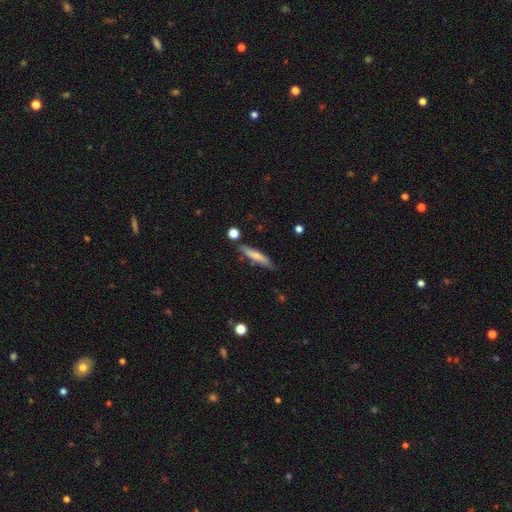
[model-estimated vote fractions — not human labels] A smooth galaxy with no disk features (65%) that is cigar-shaped (86%).

Vote fractions:
- Smooth or featured? smooth: 65% / featured or disk: 29% / star or artifact: 6%
- How rounded? cigar-shaped: 86% / in between: 12% / round: 2%
- Merging? none: 78% / minor disturbance: 15% / merger: 4% / major disturbance: 3%